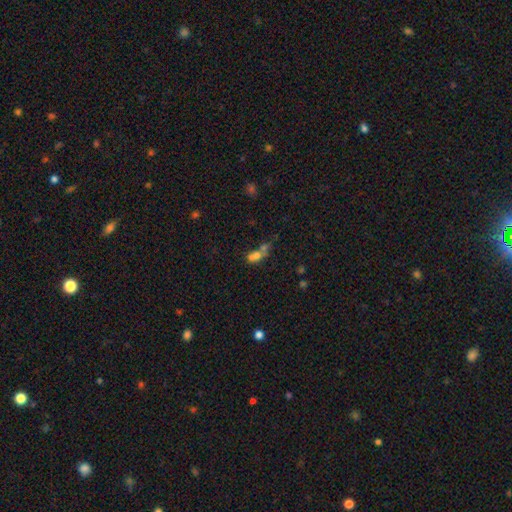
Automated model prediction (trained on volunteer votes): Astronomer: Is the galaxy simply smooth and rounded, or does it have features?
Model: smooth — 58%.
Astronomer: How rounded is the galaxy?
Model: in between — 52% (runner-up: round, 43%).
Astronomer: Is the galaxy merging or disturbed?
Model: merger — 65%.